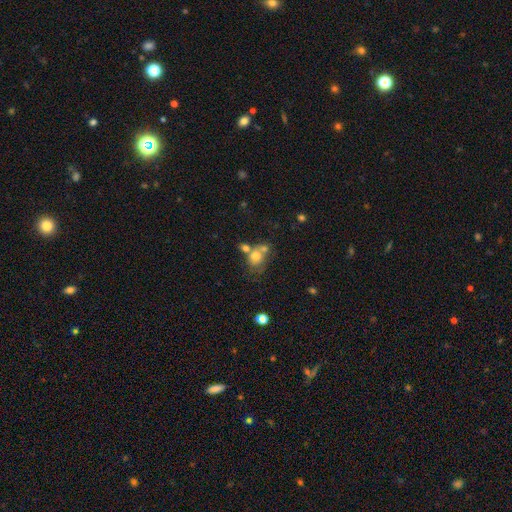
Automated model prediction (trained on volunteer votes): Q: Smooth or featured?
A: smooth (70%); runner-up: featured or disk (18%)
Q: How rounded?
A: round (62%); runner-up: in between (36%)
Q: Merging?
A: merger (47%); runner-up: none (34%)